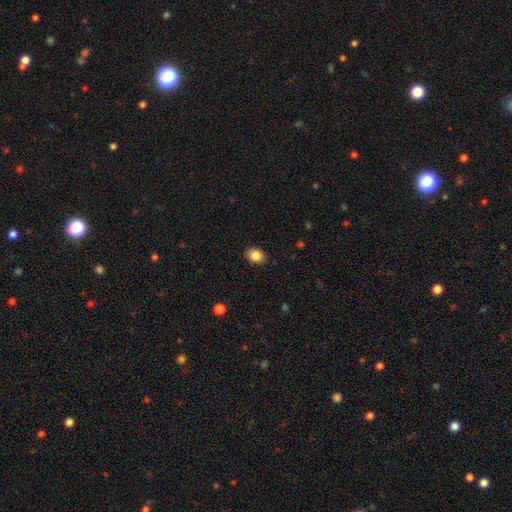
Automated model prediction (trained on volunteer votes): A smooth galaxy with no disk features (86%) that is in between round and cigar-shaped (66%). Merging: none (88%).